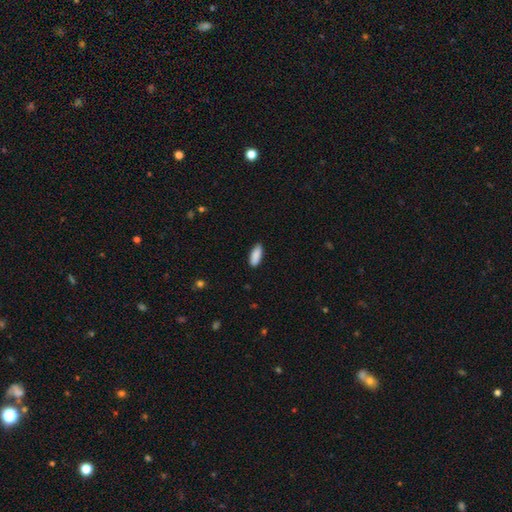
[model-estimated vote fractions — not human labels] Smooth or featured? Predicted: smooth (p=0.90). How rounded? Predicted: in between (p=0.74). Merging? Predicted: none (p=0.87).